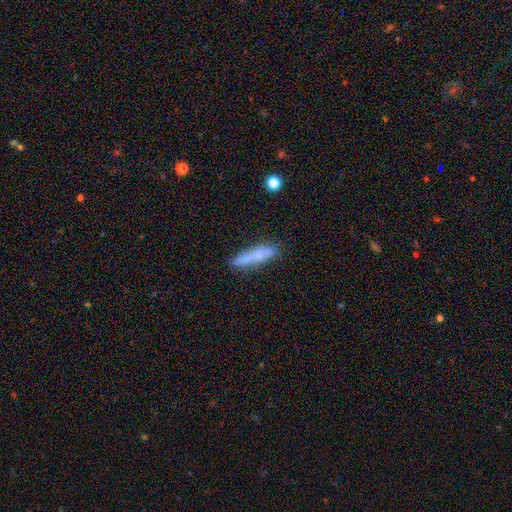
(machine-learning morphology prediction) A smooth galaxy with no disk features (69%) that is cigar-shaped (83%). Merging: none (70%).